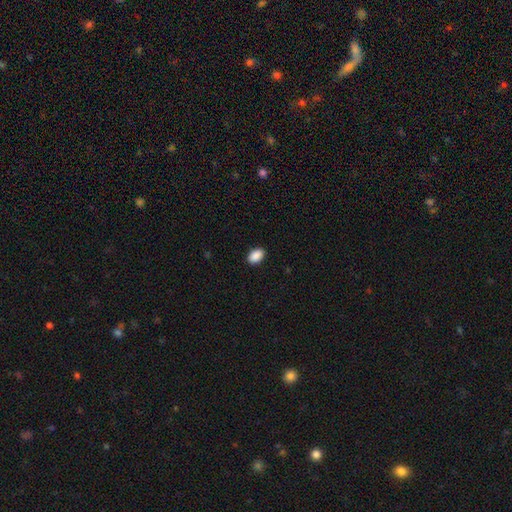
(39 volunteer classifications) smooth-or-featured: smooth: 90% | featured or disk: 5% | star or artifact: 5%
  how-rounded: in between: 89% | round: 9% | cigar-shaped: 3%
  merging: none: 86% | major disturbance: 8% | minor disturbance: 5% | merger: 0%